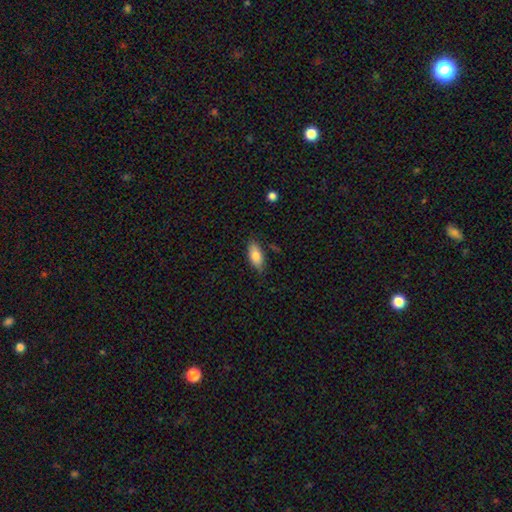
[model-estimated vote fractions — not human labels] Overall: smooth (81%). How rounded: in between (86%). Merging: none (80%).